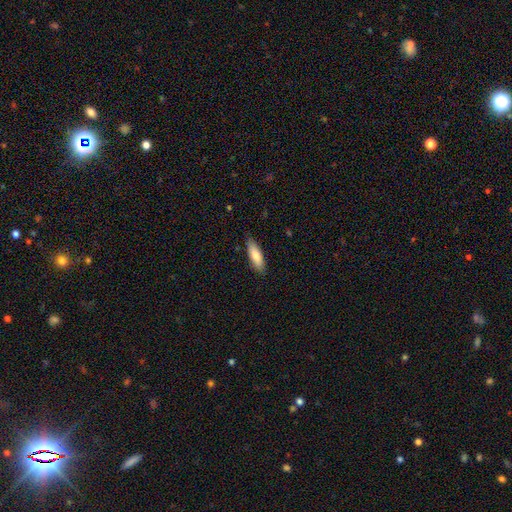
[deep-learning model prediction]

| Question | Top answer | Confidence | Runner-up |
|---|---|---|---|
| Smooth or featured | smooth | 80% | featured or disk (14%) |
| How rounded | in between | 50% | cigar-shaped (48%) |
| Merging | none | 85% | minor disturbance (12%) |